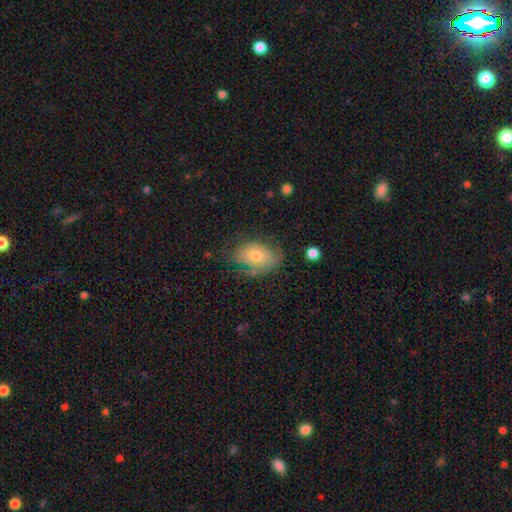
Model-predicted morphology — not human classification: A smooth galaxy with no disk features (68%) that is in between round and cigar-shaped (87%).

Vote fractions:
- Smooth or featured? smooth: 68% / featured or disk: 23% / star or artifact: 8%
- How rounded? in between: 87% / round: 11% / cigar-shaped: 2%
- Merging? none: 60% / minor disturbance: 28% / major disturbance: 10% / merger: 3%